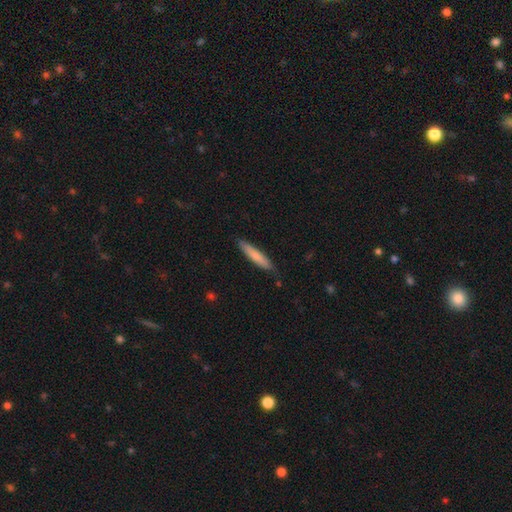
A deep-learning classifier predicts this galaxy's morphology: A smooth galaxy with no disk features (76%) that is cigar-shaped (90%).

Vote fractions:
- Smooth or featured? smooth: 76% / featured or disk: 18% / star or artifact: 5%
- How rounded? cigar-shaped: 90% / in between: 9% / round: 1%
- Merging? none: 83% / minor disturbance: 13% / major disturbance: 2% / merger: 1%